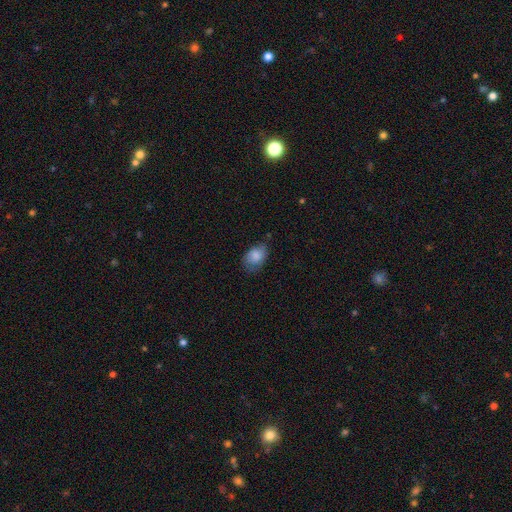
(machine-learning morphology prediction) smooth-or-featured: smooth: 82% | featured or disk: 11% | star or artifact: 8%
  how-rounded: in between: 81% | round: 17% | cigar-shaped: 1%
  merging: none: 60% | minor disturbance: 30% | major disturbance: 8% | merger: 2%